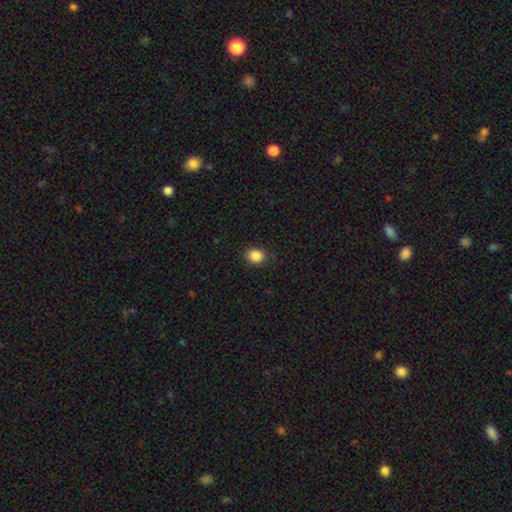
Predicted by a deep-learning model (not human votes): The model was most divided on "how rounded": round: 71%, in between: 28%, cigar-shaped: 1%. More confident: merging — none (88%); smooth or featured — smooth (87%).